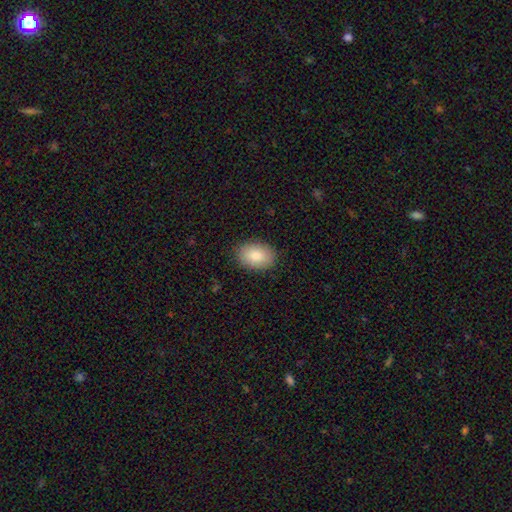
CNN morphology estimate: type=smooth (86%); roundness=in between (83%); merging=none (88%).